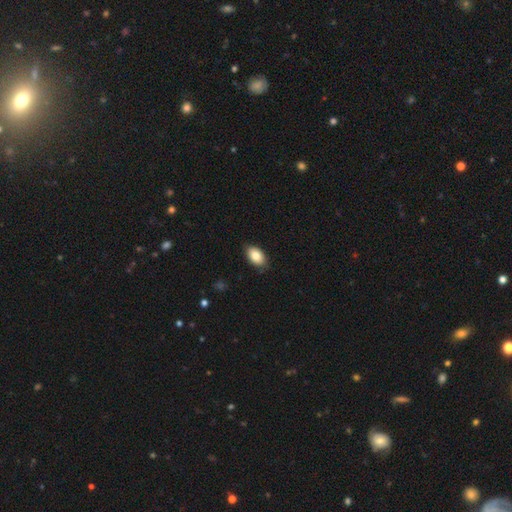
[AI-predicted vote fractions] Smooth or featured? Predicted: smooth (p=0.83). How rounded? Predicted: in between (p=0.91). Merging? Predicted: none (p=0.83).